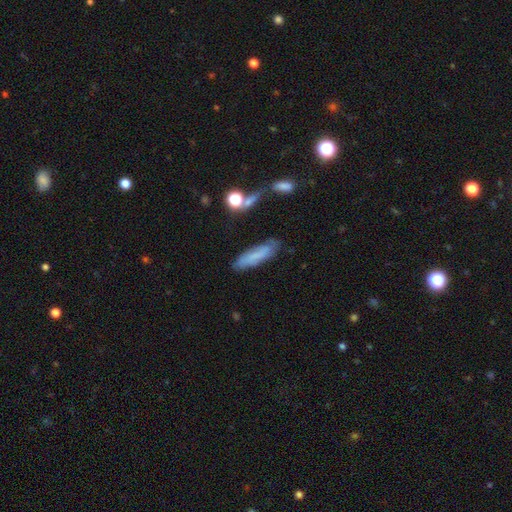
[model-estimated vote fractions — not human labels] Smooth or featured? smooth (60%)
How rounded? cigar-shaped (62%)
Merging? none (70%)